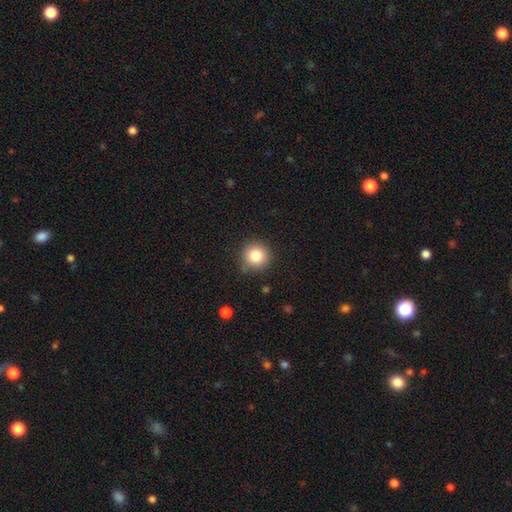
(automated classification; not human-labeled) Smooth or featured: smooth — 83% (star or artifact — 10%)
How rounded: round — 94% (in between — 5%)
Merging: none — 85% (minor disturbance — 11%)